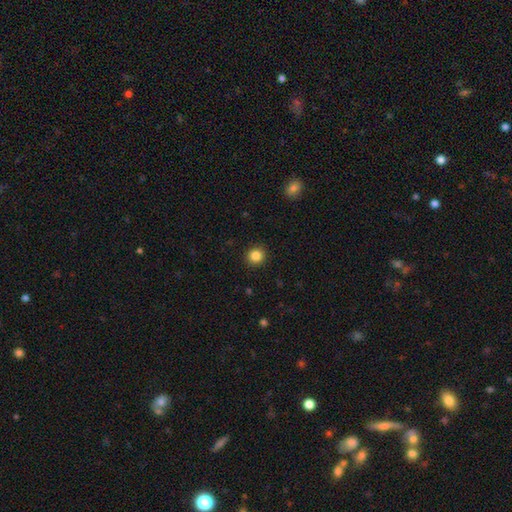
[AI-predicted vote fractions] This appears to be a smooth galaxy with no disk features (85%) that is round (90%). Merging: none (92%).